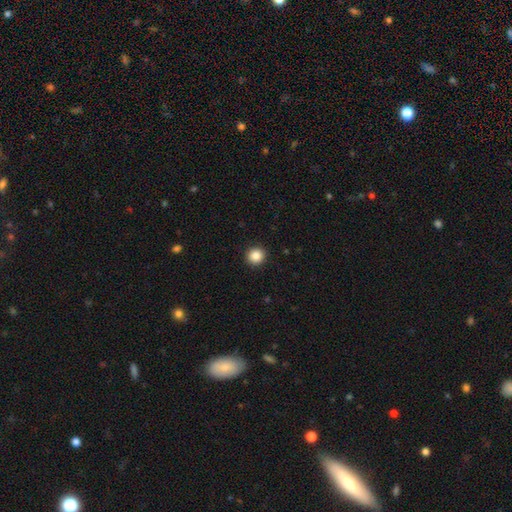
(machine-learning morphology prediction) Q: Smooth or featured?
A: smooth (86%); runner-up: star or artifact (10%)
Q: How rounded?
A: round (92%); runner-up: in between (7%)
Q: Merging?
A: none (93%); runner-up: minor disturbance (5%)